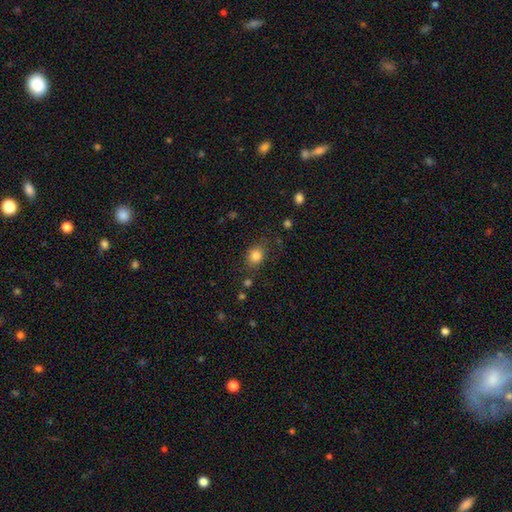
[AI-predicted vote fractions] This is clearly a smooth galaxy (83%). How rounded: possibly round (57%). Merging: likely none (79%).